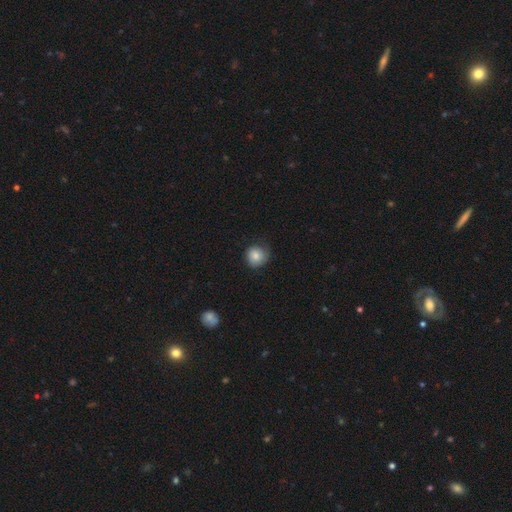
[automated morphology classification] smooth_or_featured: smooth (p=0.74) [alt: featured or disk p=0.19]
how_rounded: round (p=0.86) [alt: in between p=0.13]
merging: none (p=0.67) [alt: minor disturbance p=0.24]